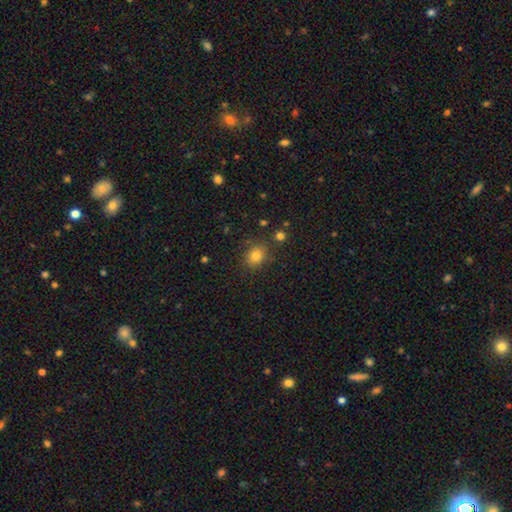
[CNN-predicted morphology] This is clearly a smooth galaxy (80%). How rounded: possibly round (54%). Merging: clearly none (81%).